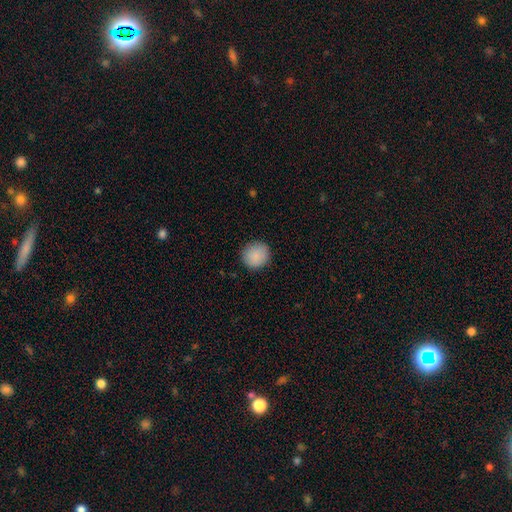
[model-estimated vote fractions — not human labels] A smooth galaxy with no disk features (89%) that is round (90%). Merging: none (89%).